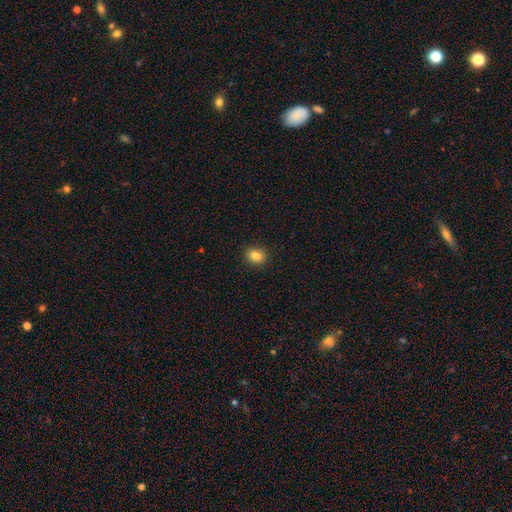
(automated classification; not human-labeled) smooth 85%, star or artifact 10%, featured or disk 5%. Down the decision tree: how rounded — round (55%); merging — none (90%).